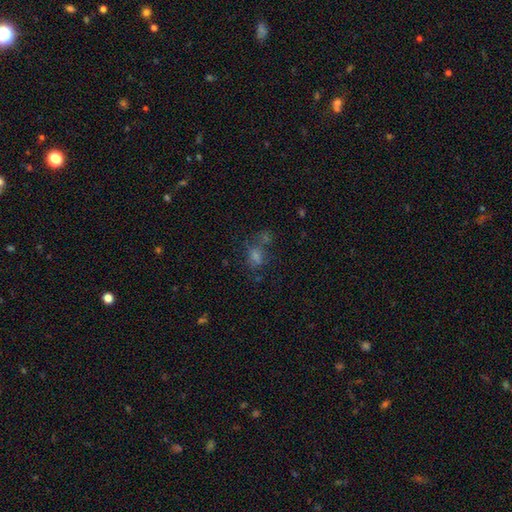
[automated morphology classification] Smooth or featured: smooth — 46% (star or artifact — 36%)
Merging: none — 49% (merger — 23%)